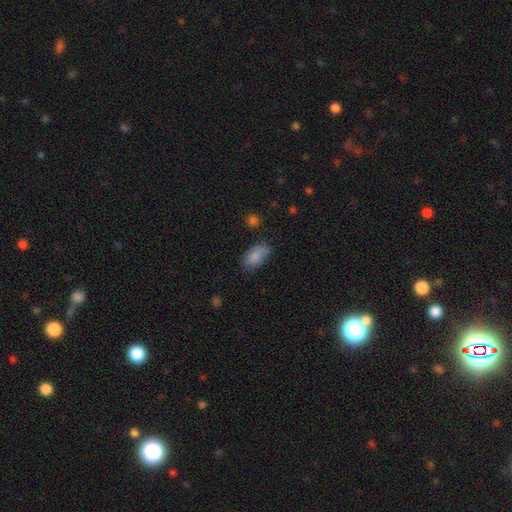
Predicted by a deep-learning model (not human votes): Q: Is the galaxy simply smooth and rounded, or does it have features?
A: smooth — 86%.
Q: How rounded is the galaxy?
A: in between — 92%.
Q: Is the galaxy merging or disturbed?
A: none — 69%.